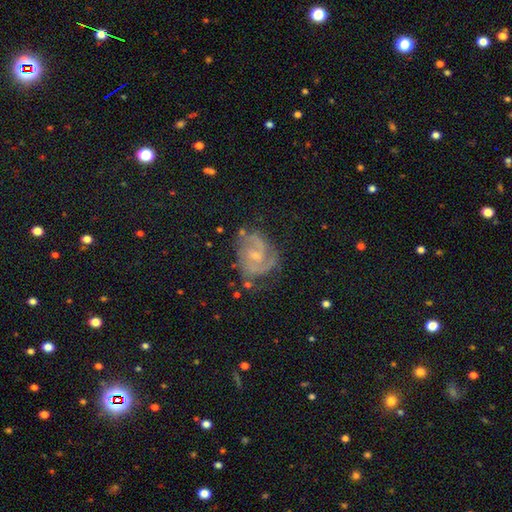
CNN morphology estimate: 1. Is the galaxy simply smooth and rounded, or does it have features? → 82% featured or disk, 10% smooth, 8% star or artifact.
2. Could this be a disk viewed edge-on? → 98% no, 2% yes.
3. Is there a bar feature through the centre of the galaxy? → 49% weak, 43% no, 8% strong.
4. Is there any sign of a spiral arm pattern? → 95% yes, 5% no.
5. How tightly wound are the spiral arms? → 49% medium, 38% tight, 13% loose.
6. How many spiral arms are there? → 69% 2, 13% can't tell, 9% 3, 5% 1, 2% 4, 2% more than 4.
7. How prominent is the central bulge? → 61% small, 29% moderate, 7% none, 1% large, 1% dominant.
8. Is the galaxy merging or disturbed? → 62% none, 23% minor disturbance, 12% major disturbance, 3% merger.